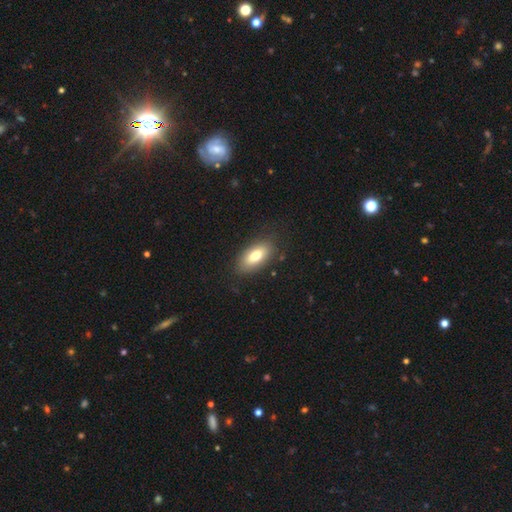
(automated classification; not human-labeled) Smooth or featured: smooth — 77% (featured or disk — 16%)
How rounded: in between — 89% (cigar-shaped — 8%)
Merging: none — 85% (minor disturbance — 11%)